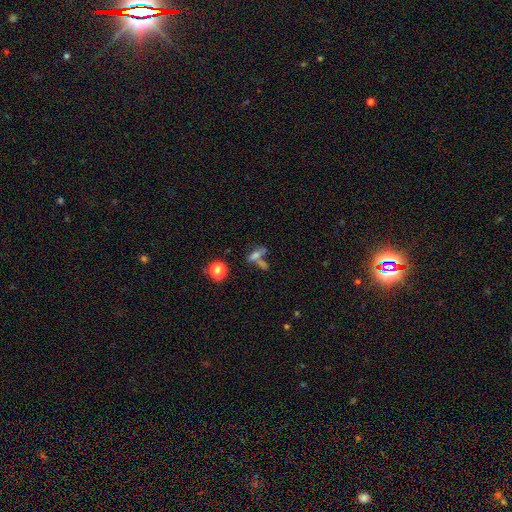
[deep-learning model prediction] Q: Smooth or featured?
A: smooth (59%); runner-up: featured or disk (25%)
Q: How rounded?
A: in between (45%); runner-up: cigar-shaped (43%)
Q: Merging?
A: none (43%); runner-up: merger (35%)